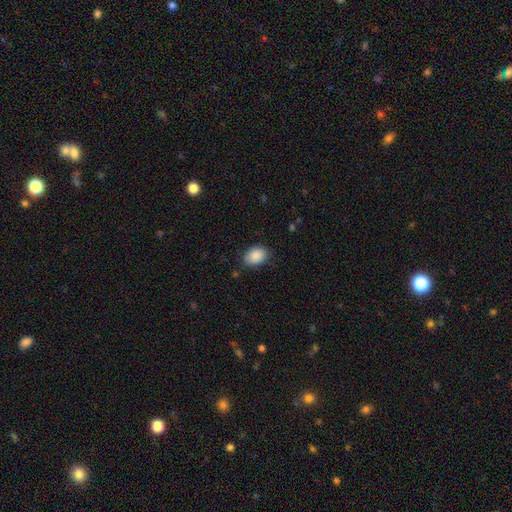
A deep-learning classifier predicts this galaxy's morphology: smooth 89%, star or artifact 7%, featured or disk 4%. Down the decision tree: how rounded — in between (76%); merging — none (78%).